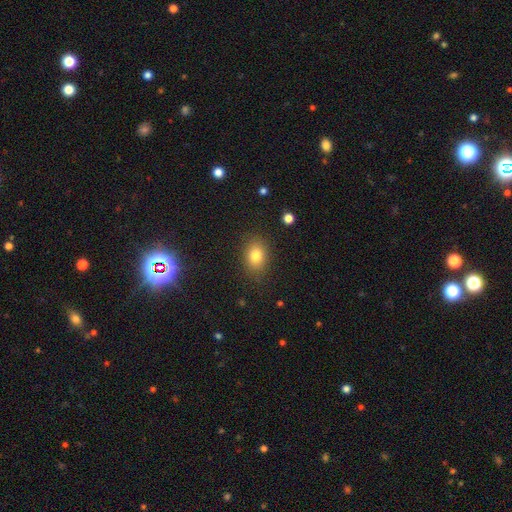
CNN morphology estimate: The model was most divided on "how rounded": in between: 71%, round: 27%, cigar-shaped: 1%. More confident: merging — none (85%); smooth or featured — smooth (80%).